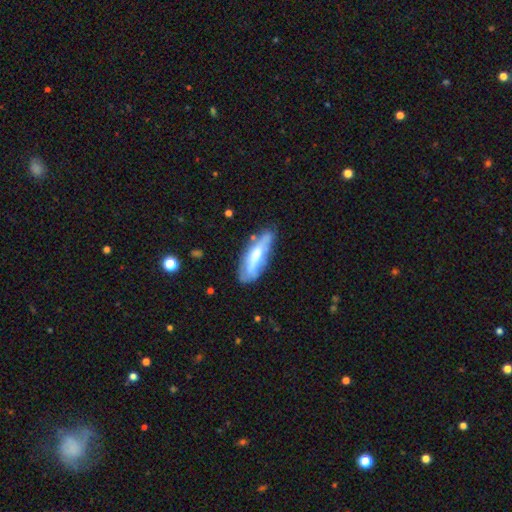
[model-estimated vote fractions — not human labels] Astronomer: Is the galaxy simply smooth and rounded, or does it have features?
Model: smooth — 51% (runner-up: featured or disk, 43%).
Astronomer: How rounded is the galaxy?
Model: cigar-shaped — 50% (runner-up: in between, 49%).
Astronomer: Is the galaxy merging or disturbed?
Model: none — 63%.